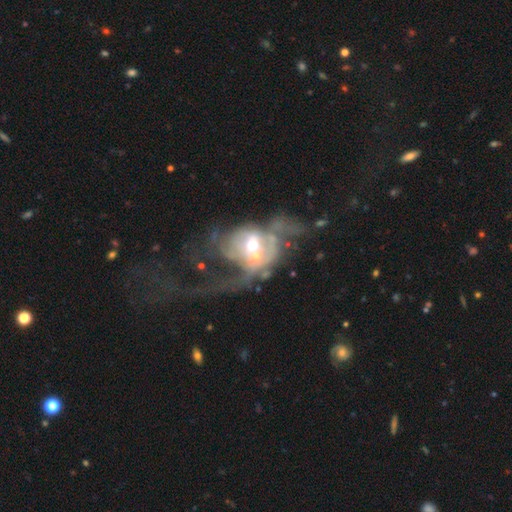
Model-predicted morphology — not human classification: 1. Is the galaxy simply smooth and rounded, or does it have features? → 69% featured or disk, 21% smooth, 10% star or artifact.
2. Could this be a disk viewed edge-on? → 96% no, 4% yes.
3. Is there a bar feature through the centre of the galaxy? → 74% no, 20% weak, 6% strong.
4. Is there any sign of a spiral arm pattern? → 51% yes, 49% no.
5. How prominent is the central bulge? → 63% moderate, 24% small, 9% large, 2% none, 2% dominant.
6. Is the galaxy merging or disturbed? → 43% major disturbance, 39% merger, 11% none, 7% minor disturbance.